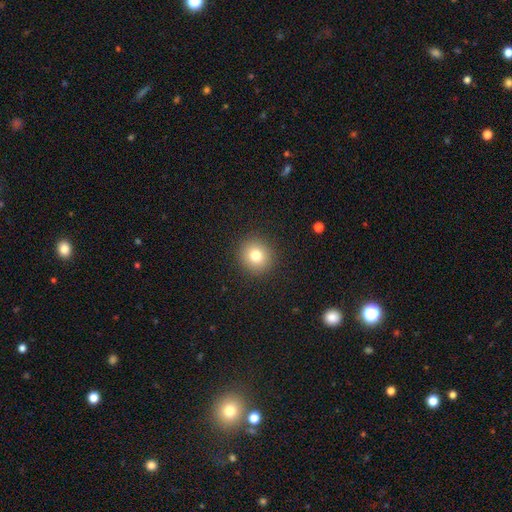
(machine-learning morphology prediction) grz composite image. It shows a smooth galaxy with no disk features (79%) that is round (92%). Merging: none (91%).